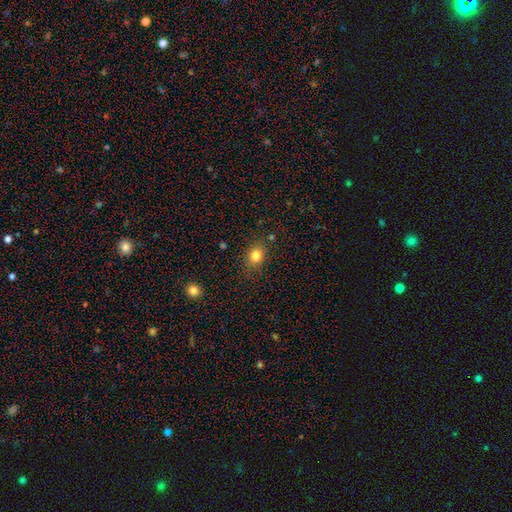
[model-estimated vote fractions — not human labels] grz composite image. It shows a smooth galaxy with no disk features (81%) that is round (52%). Merging: none (82%).